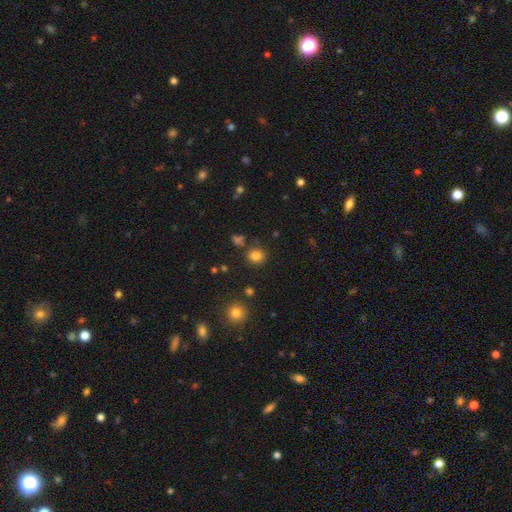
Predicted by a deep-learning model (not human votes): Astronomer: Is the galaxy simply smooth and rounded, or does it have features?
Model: smooth — 81%.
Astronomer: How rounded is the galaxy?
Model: round — 80%.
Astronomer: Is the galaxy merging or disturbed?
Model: none — 82%.